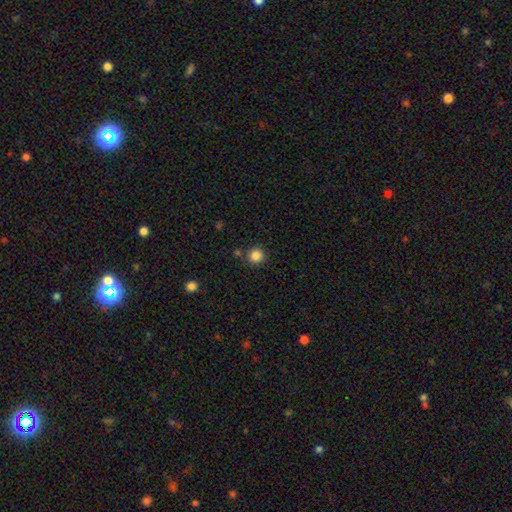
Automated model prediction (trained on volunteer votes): smooth-or-featured: smooth: 86% | star or artifact: 11% | featured or disk: 4%
  how-rounded: round: 95% | in between: 4% | cigar-shaped: 1%
  merging: none: 84% | minor disturbance: 8% | merger: 6% | major disturbance: 3%